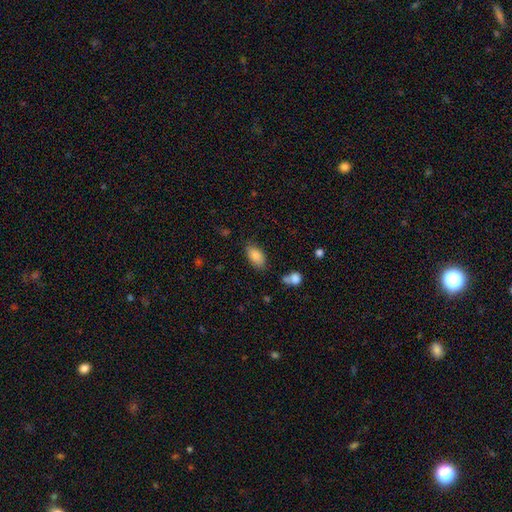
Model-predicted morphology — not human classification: Smooth or featured? smooth (86%)
How rounded? in between (93%)
Merging? none (75%)